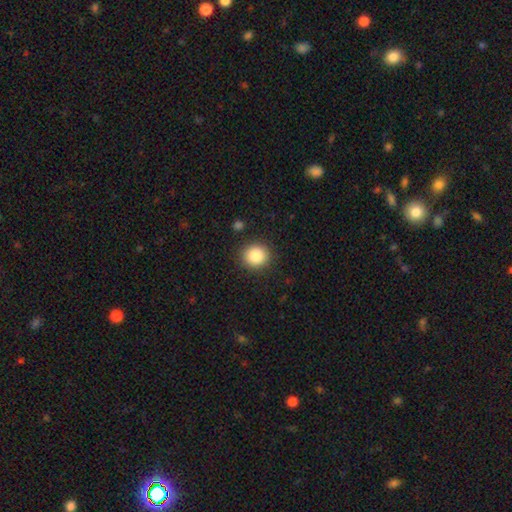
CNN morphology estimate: type=smooth (85%); roundness=round (86%); merging=none (90%).